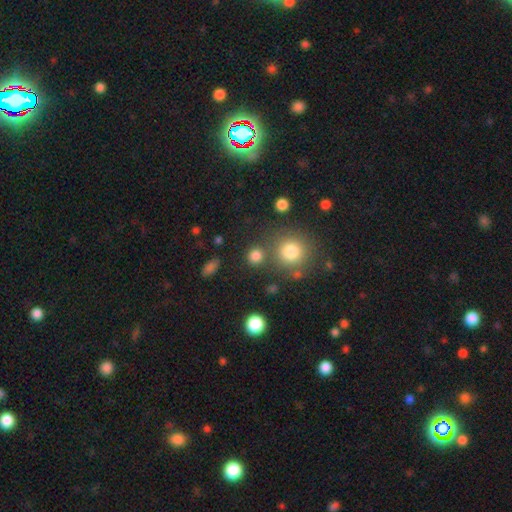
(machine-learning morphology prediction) smooth-or-featured: smooth: 80% | star or artifact: 14% | featured or disk: 6%
  how-rounded: round: 88% | in between: 10% | cigar-shaped: 1%
  merging: none: 75% | merger: 13% | minor disturbance: 8% | major disturbance: 4%